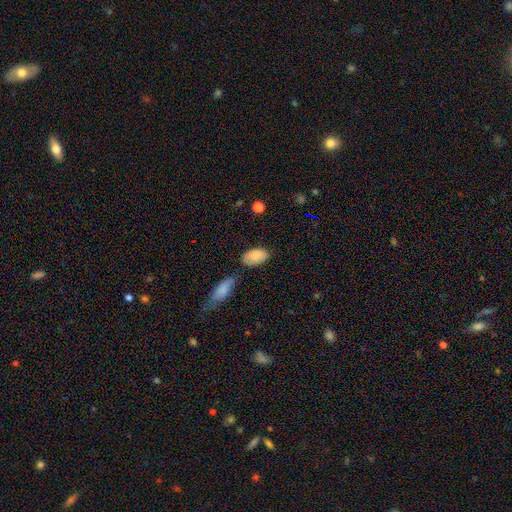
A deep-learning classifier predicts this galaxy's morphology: smooth_or_featured: smooth (p=0.83) [alt: featured or disk p=0.11]
how_rounded: in between (p=0.94) [alt: round p=0.04]
merging: none (p=0.72) [alt: minor disturbance p=0.17]